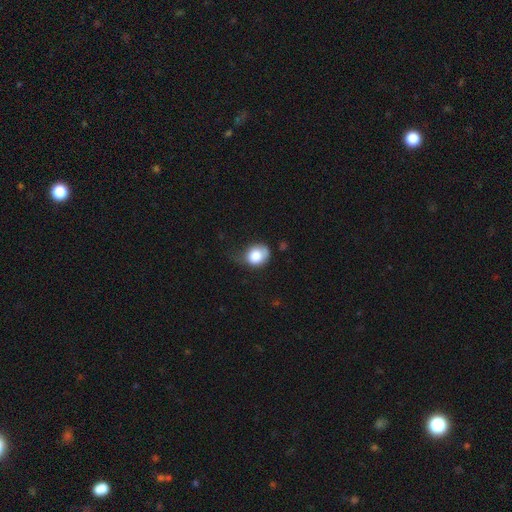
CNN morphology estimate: This appears to be a smooth galaxy with no disk features (78%) that is round (63%). Merging: minor disturbance (41%).